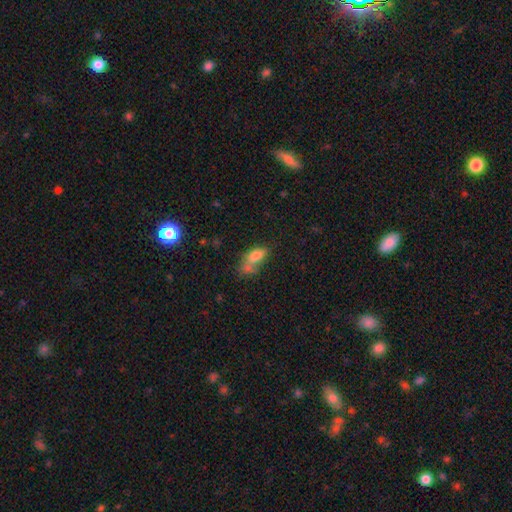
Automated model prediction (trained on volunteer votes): Smooth or featured?
  - smooth: 74% *
  - featured or disk: 15%
  - star or artifact: 11%
How rounded?
  - in between: 81% *
  - cigar-shaped: 12%
  - round: 7%
Merging?
  - merger: 42% *
  - none: 27%
  - minor disturbance: 18%
  - major disturbance: 13%